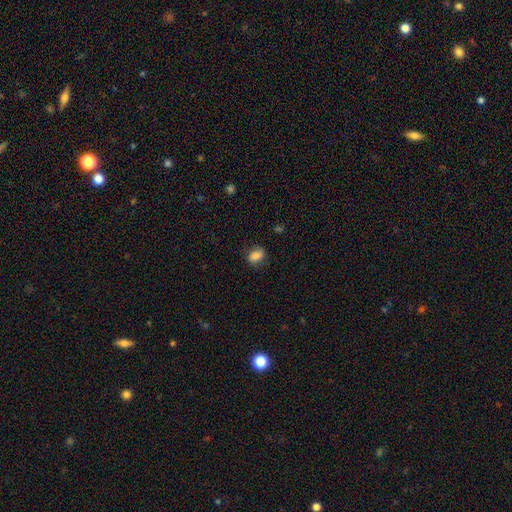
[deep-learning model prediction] Smooth or featured?
  - smooth: 80% *
  - featured or disk: 11%
  - star or artifact: 9%
How rounded?
  - in between: 71% *
  - round: 27%
  - cigar-shaped: 2%
Merging?
  - none: 76% *
  - minor disturbance: 18%
  - major disturbance: 5%
  - merger: 1%